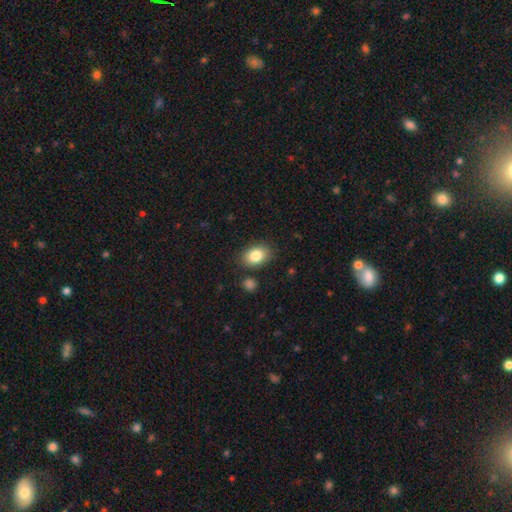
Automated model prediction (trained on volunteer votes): Morphology: type=smooth (84%); roundness=in between (79%); merging=none (83%).